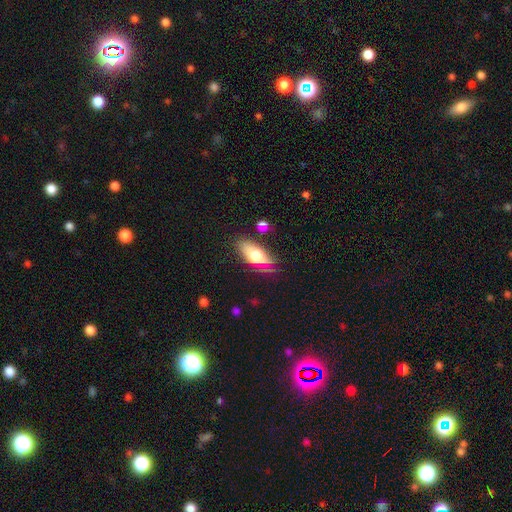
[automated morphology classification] Q: Smooth or featured?
A: smooth (63%); runner-up: featured or disk (25%)
Q: How rounded?
A: in between (84%); runner-up: cigar-shaped (10%)
Q: Merging?
A: none (66%); runner-up: minor disturbance (21%)